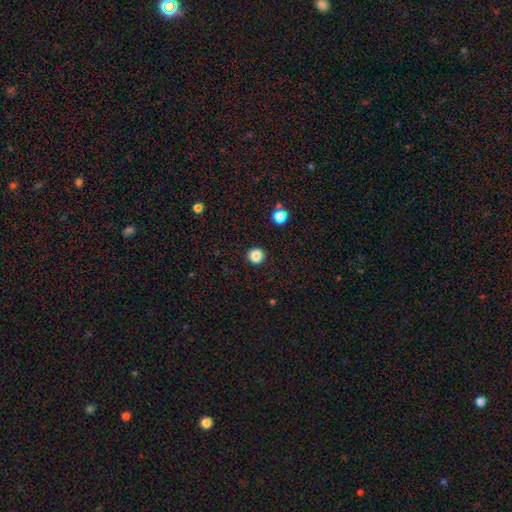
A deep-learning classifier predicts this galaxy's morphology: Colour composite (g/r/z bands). It shows a smooth galaxy with no disk features (86%) that is round (96%). Merging: none (93%).